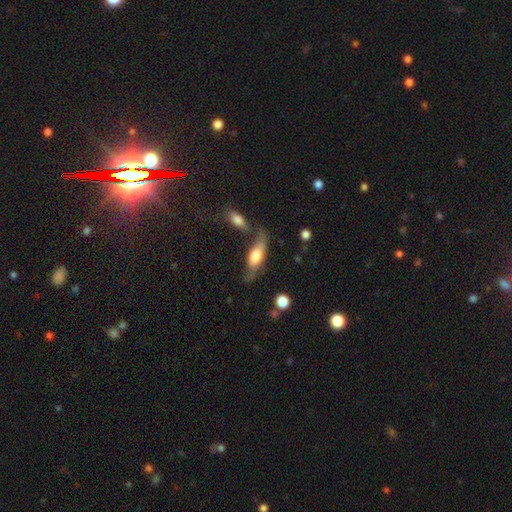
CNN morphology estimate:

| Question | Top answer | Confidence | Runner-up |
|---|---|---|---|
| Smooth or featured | smooth | 53% | featured or disk (40%) |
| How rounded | in between | 62% | cigar-shaped (35%) |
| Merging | none | 48% | minor disturbance (23%) |